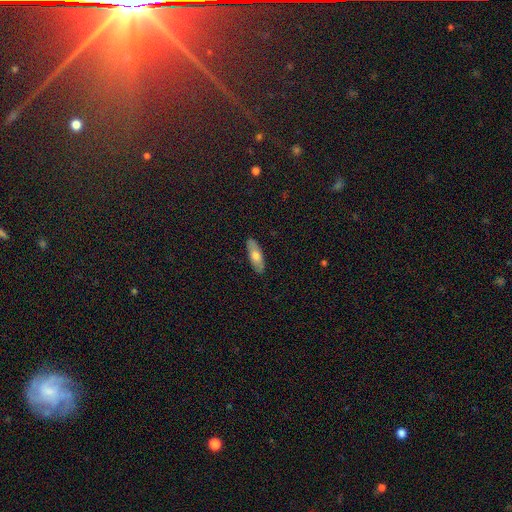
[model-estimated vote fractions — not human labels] smooth 69%, featured or disk 26%, star or artifact 6%. Down the decision tree: how rounded — in between (63%); merging — none (89%).